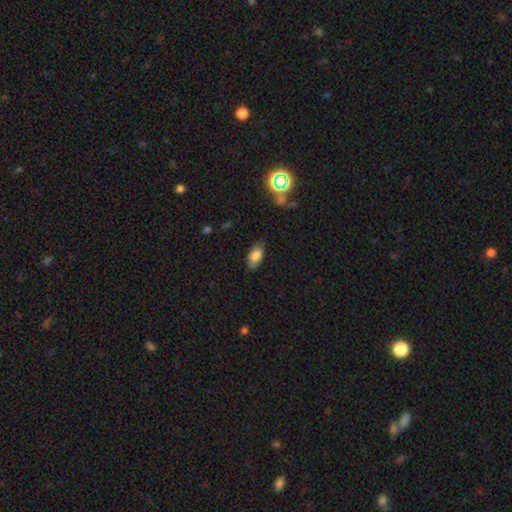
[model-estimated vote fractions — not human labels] smooth 81%, star or artifact 10%, featured or disk 9%. Down the decision tree: how rounded — in between (92%); merging — none (81%).